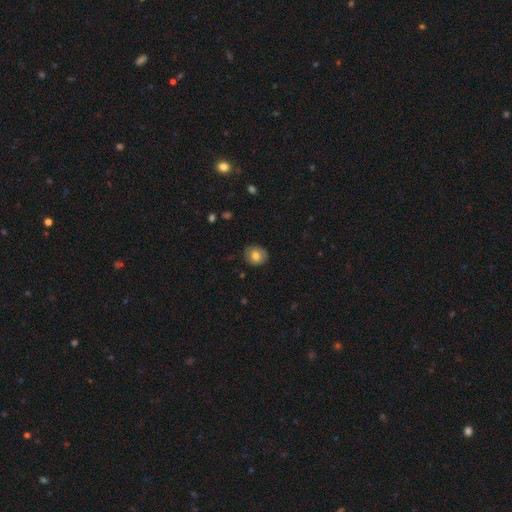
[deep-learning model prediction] Q: Smooth or featured?
A: smooth (77%); runner-up: featured or disk (14%)
Q: How rounded?
A: round (78%); runner-up: in between (21%)
Q: Merging?
A: none (85%); runner-up: minor disturbance (12%)